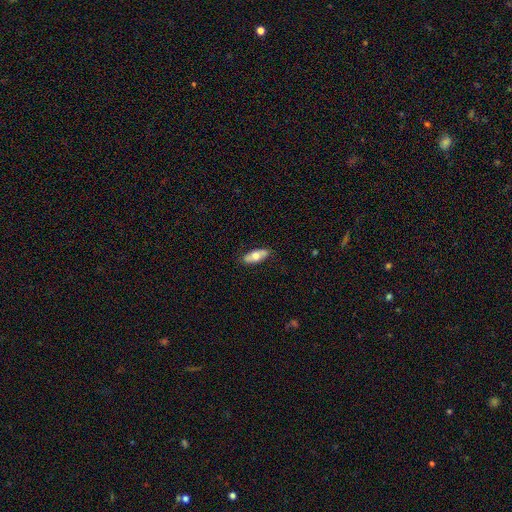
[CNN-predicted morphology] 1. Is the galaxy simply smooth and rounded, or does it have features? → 63% smooth, 32% featured or disk, 6% star or artifact.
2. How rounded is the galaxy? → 80% in between, 18% cigar-shaped, 3% round.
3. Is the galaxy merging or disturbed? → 84% none, 12% minor disturbance, 2% major disturbance, 1% merger.